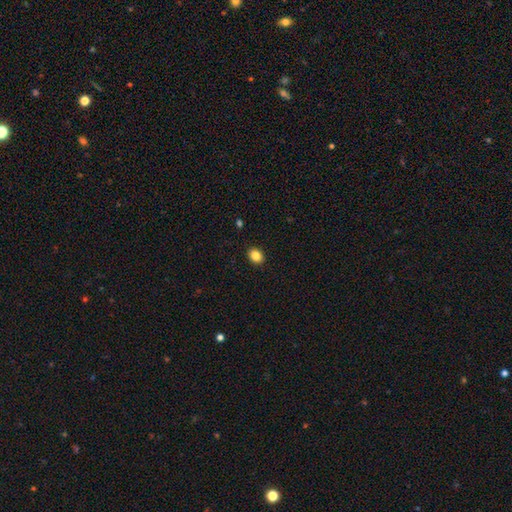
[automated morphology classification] This appears to be a smooth galaxy with no disk features (86%) that is in between round and cigar-shaped (51%). Merging: none (91%).